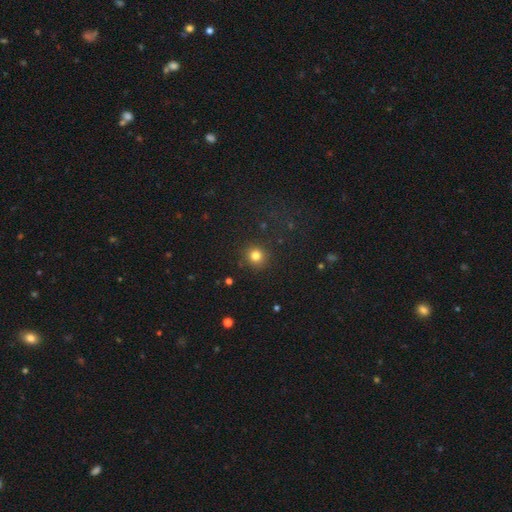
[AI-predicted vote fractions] The model was most divided on "smooth or featured": smooth: 81%, star or artifact: 14%, featured or disk: 5%. More confident: how rounded — round (91%); merging — none (89%).